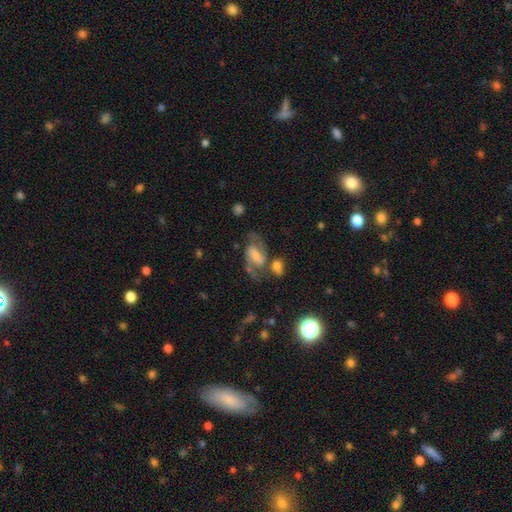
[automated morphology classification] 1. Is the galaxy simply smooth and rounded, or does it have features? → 74% featured or disk, 16% smooth, 10% star or artifact.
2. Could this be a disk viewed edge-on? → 95% no, 5% yes.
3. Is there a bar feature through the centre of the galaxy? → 44% weak, 35% strong, 21% no.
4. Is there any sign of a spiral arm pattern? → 92% yes, 8% no.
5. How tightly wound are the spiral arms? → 53% medium, 32% loose, 15% tight.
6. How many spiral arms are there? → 90% 2, 5% can't tell, 2% 1, 1% 3, 1% 4, 1% more than 4.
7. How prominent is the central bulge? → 39% small, 37% moderate, 11% none, 11% large, 2% dominant.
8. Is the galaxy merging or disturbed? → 57% none, 16% minor disturbance, 15% merger, 11% major disturbance.